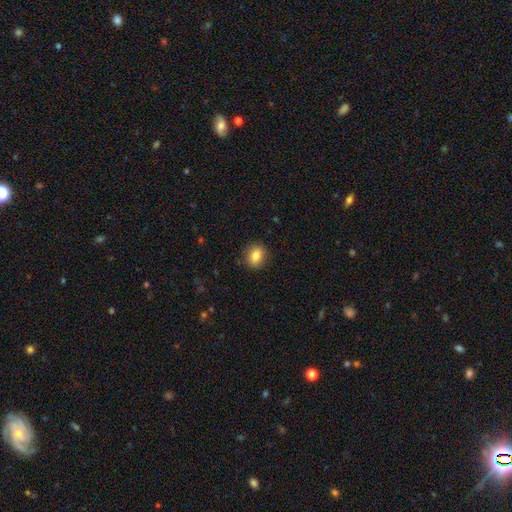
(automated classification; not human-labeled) Smooth or featured: smooth — 82% (star or artifact — 9%)
How rounded: round — 56% (in between — 43%)
Merging: none — 89% (minor disturbance — 8%)